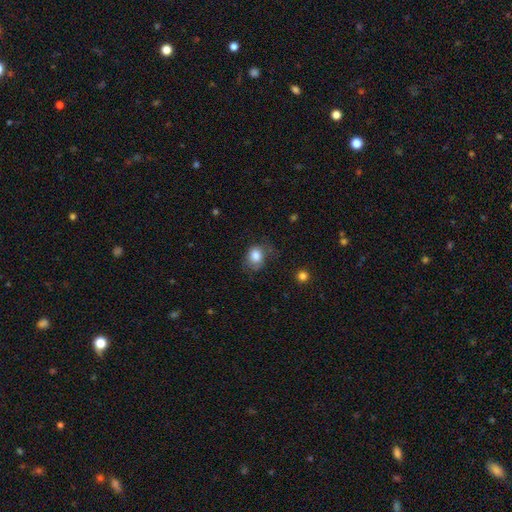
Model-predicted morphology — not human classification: Smooth or featured? smooth (83%)
How rounded? round (56%)
Merging? none (54%)